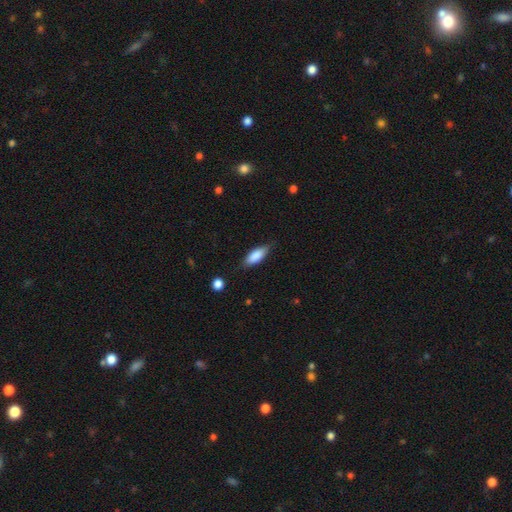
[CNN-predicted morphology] Smooth or featured: smooth — 82% (featured or disk — 12%)
How rounded: in between — 73% (cigar-shaped — 25%)
Merging: none — 78% (minor disturbance — 17%)